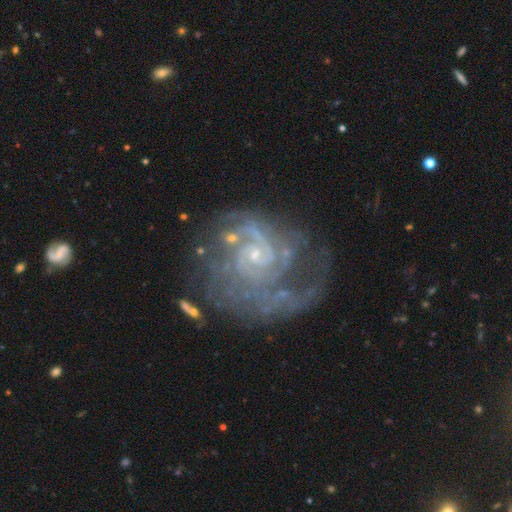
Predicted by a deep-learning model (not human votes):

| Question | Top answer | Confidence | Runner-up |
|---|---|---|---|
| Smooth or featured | featured or disk | 88% | star or artifact (7%) |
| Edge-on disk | no | 98% | yes (2%) |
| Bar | no | 67% | weak (27%) |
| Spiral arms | yes | 96% | no (4%) |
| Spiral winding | tight | 51% | medium (38%) |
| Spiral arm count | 2 | 40% | can't tell (23%) |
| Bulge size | small | 79% | moderate (13%) |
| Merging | none | 54% | major disturbance (22%) |